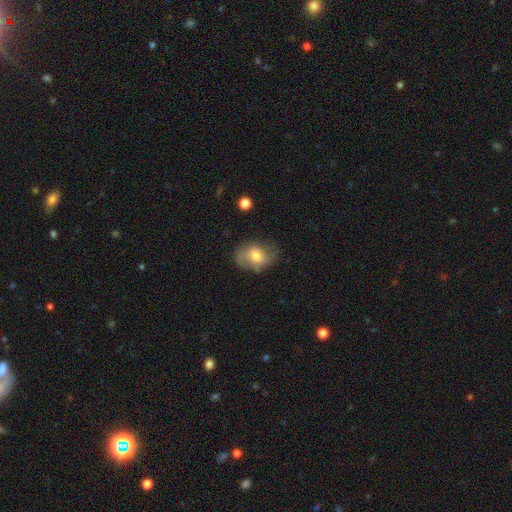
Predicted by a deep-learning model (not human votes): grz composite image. It shows a smooth galaxy with no disk features (58%) that is in between round and cigar-shaped (68%). Merging: none (57%).